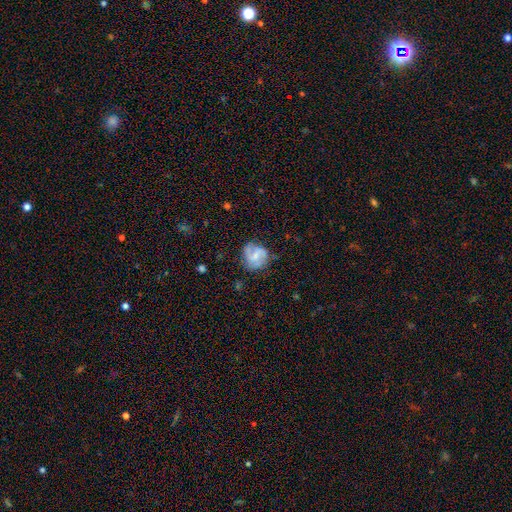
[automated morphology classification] The model was most divided on "bulge size": small: 49%, moderate: 29%, none: 19%, large: 2%, dominant: 1%. Remaining: edge-on disk — no (98%); spiral arms — yes (88%); spiral arm count — 2 (70%); smooth or featured — featured or disk (68%); merging — none (64%); bar — weak (50%); spiral winding — medium (47%).